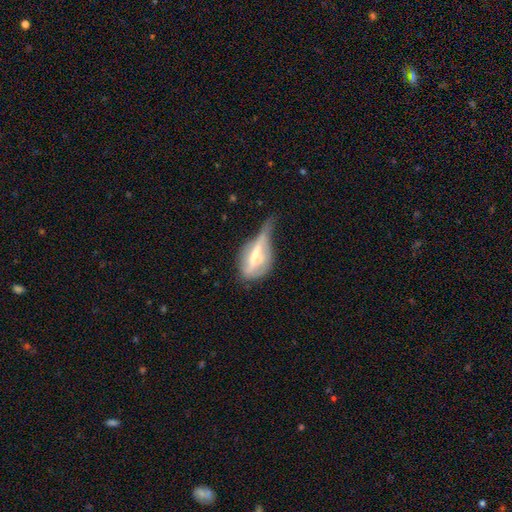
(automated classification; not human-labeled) This appears to be a featured or disk galaxy (47%). Merging: major disturbance (43%).